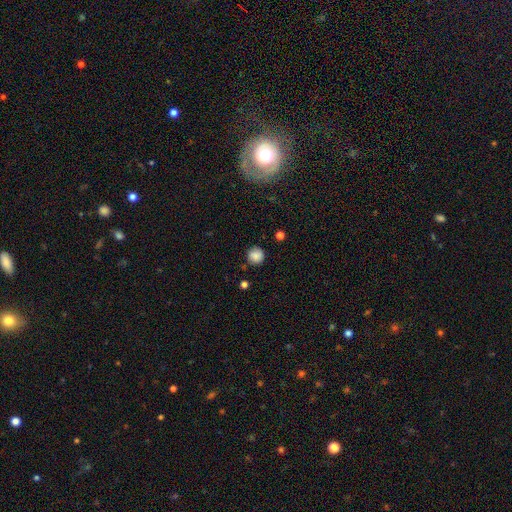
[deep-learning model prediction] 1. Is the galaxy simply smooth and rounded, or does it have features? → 86% smooth, 10% star or artifact, 4% featured or disk.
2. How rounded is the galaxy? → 93% round, 6% in between, 1% cigar-shaped.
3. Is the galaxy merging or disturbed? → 85% none, 10% minor disturbance, 3% major disturbance, 2% merger.